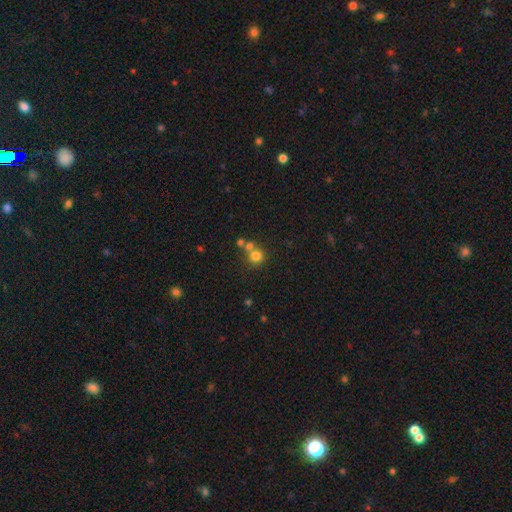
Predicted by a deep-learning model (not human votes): Overall: smooth (76%). How rounded: round (89%). Merging: none (54%; merger 35%).